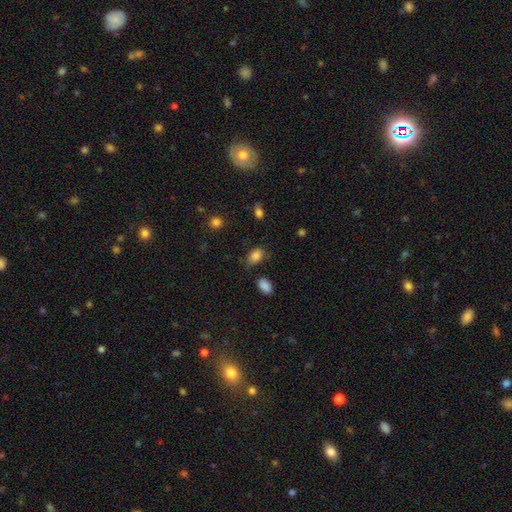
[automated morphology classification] Smooth or featured? Predicted: smooth (p=0.85). How rounded? Predicted: in between (p=0.87). Merging? Predicted: none (p=0.67).